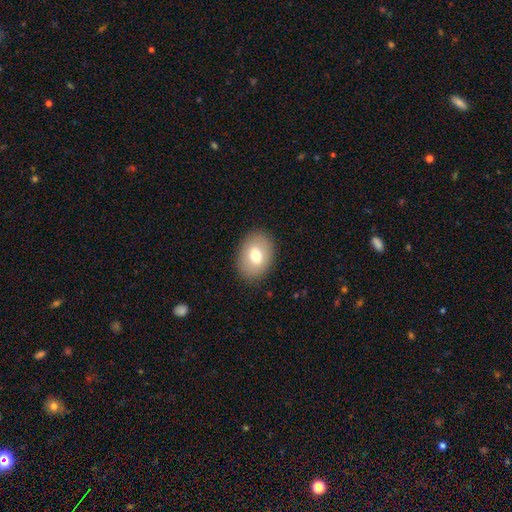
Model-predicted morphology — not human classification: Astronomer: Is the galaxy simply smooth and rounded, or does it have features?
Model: smooth — 72%.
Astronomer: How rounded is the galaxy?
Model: in between — 73%.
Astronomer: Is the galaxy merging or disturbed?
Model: none — 88%.